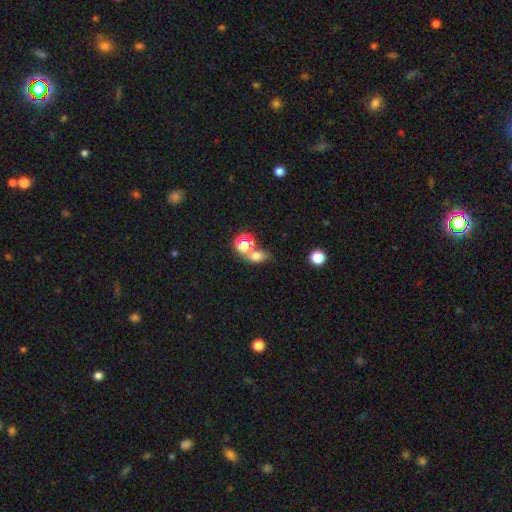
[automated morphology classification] This is likely a smooth galaxy (68%). How rounded: possibly in between (59%). Merging: possibly none (50%).